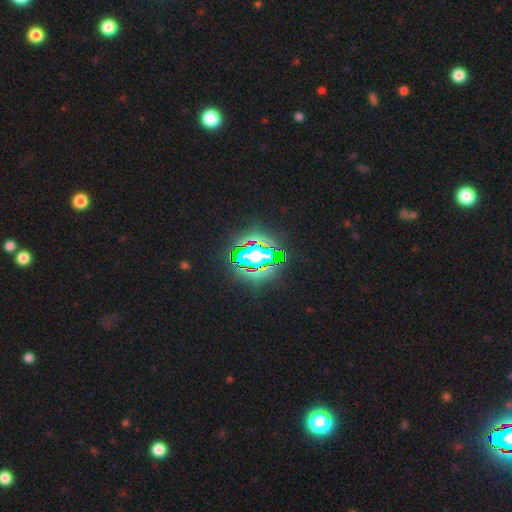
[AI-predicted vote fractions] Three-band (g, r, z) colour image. It shows a star or artifact, not a galaxy (68%).